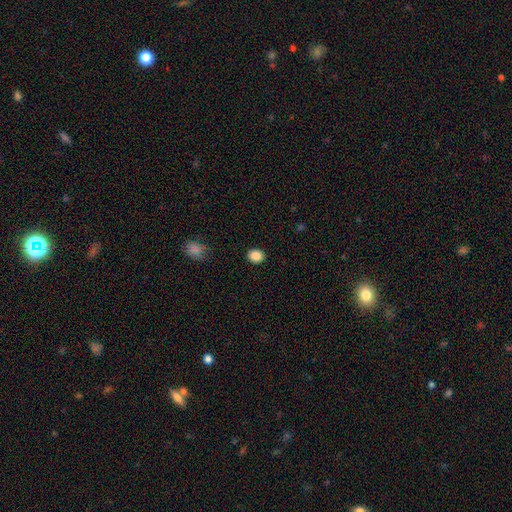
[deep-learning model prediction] Overall: smooth (88%). How rounded: round (57%; in between 42%). Merging: none (89%).